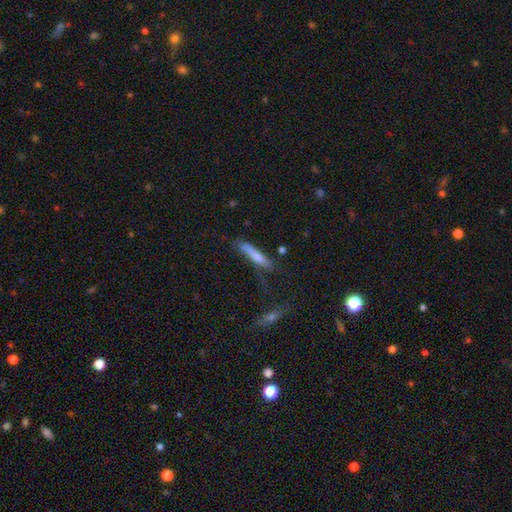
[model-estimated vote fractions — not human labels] smooth-or-featured: smooth: 67% | featured or disk: 25% | star or artifact: 8%
  how-rounded: cigar-shaped: 88% | in between: 10% | round: 2%
  merging: none: 52% | minor disturbance: 26% | major disturbance: 14% | merger: 7%